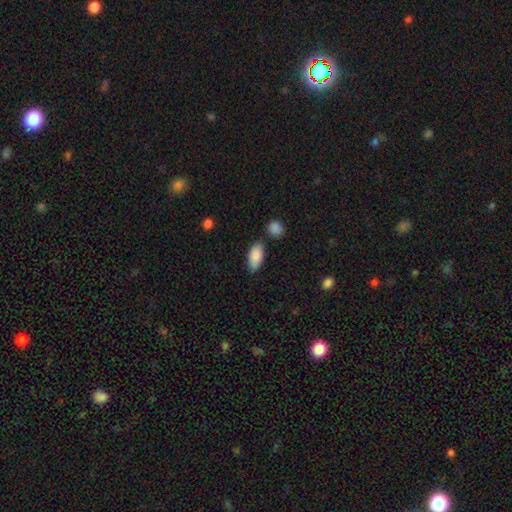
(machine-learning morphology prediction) This appears to be a smooth galaxy with no disk features (87%) that is in between round and cigar-shaped (91%). Merging: none (74%).